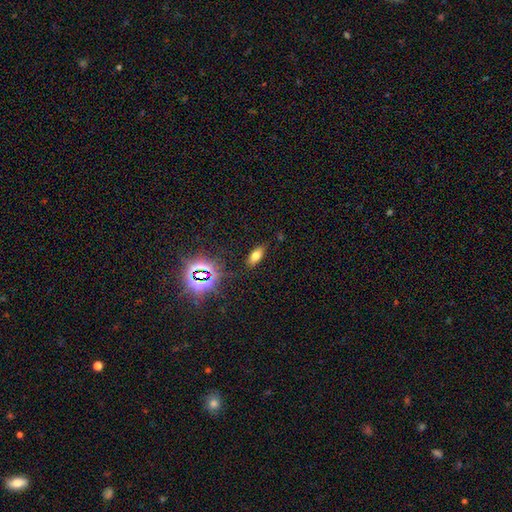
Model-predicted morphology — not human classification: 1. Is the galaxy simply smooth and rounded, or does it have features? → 68% smooth, 21% star or artifact, 11% featured or disk.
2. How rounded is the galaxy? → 84% in between, 11% cigar-shaped, 4% round.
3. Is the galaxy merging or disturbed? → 85% none, 10% minor disturbance, 3% major disturbance, 2% merger.